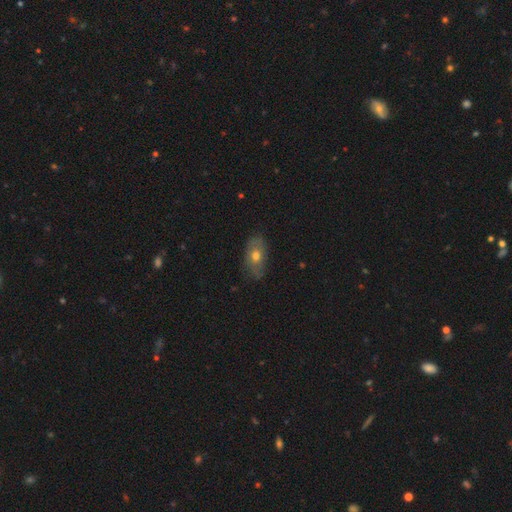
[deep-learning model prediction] Overall: smooth (50%; featured or disk 40%). Merging: none (78%).